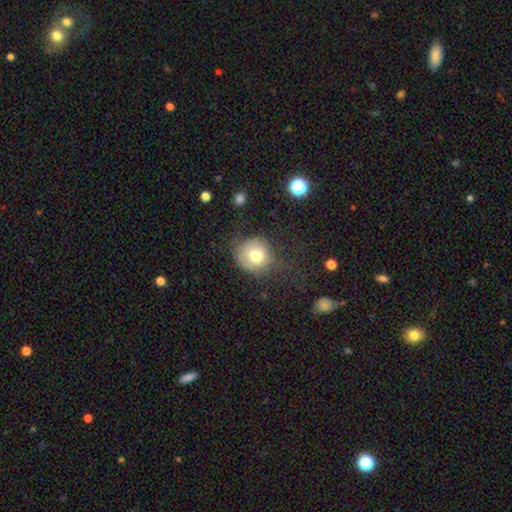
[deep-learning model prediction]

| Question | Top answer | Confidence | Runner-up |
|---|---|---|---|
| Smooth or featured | smooth | 74% | featured or disk (16%) |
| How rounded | round | 84% | in between (15%) |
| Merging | none | 54% | minor disturbance (25%) |